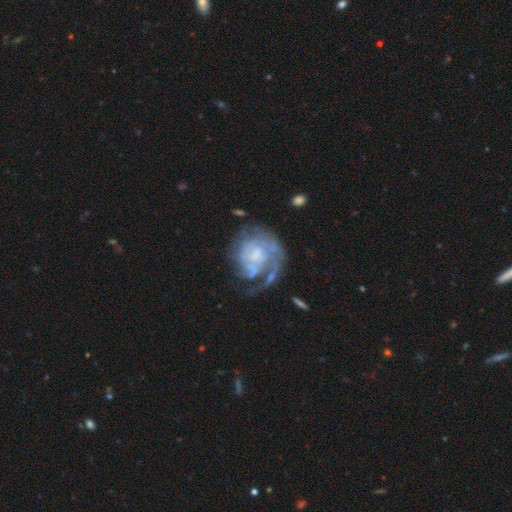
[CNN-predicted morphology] Smooth or featured: featured or disk — 79% (smooth — 14%)
Edge-on disk: no — 98% (yes — 2%)
Bar: no — 71% (weak — 24%)
Spiral arms: yes — 86% (no — 14%)
Spiral winding: tight — 54% (medium — 30%)
Spiral arm count: 1 — 40% (can't tell — 26%)
Bulge size: none — 35% (small — 27%)
Merging: none — 47% (major disturbance — 29%)